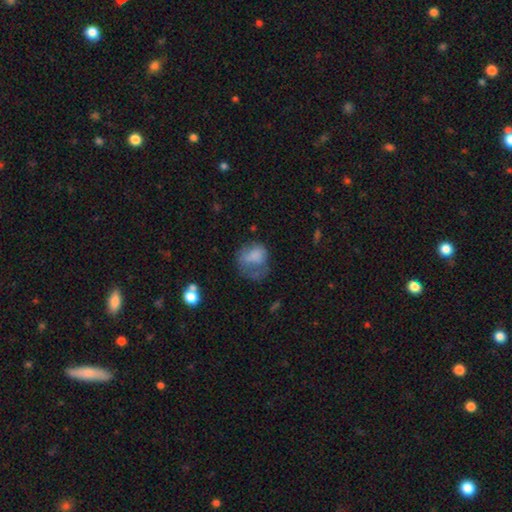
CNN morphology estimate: Smooth or featured? Predicted: smooth (p=0.66). How rounded? Predicted: round (p=0.55). Merging? Predicted: major disturbance (p=0.39).